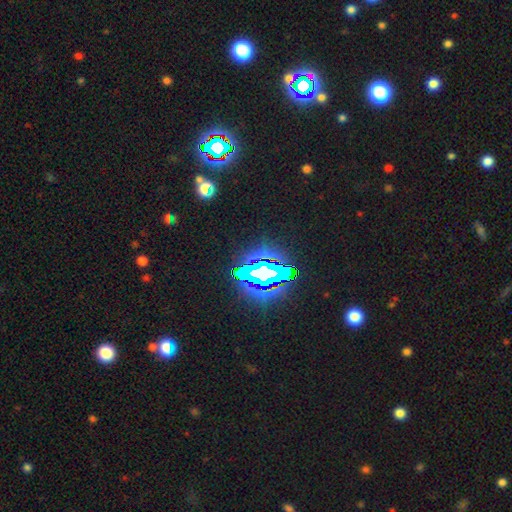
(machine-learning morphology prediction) star or artifact 82%, smooth 10%, featured or disk 8%.